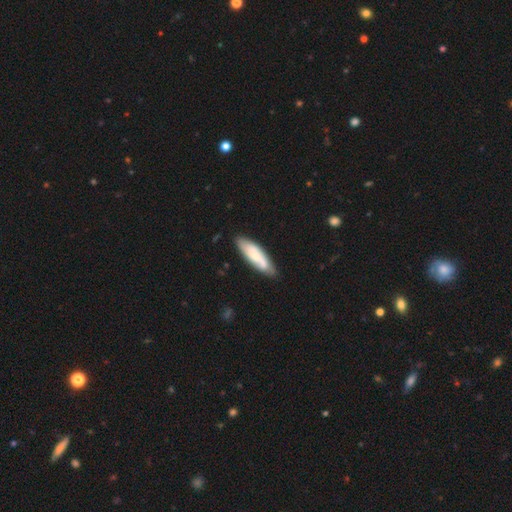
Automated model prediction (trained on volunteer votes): Smooth or featured? Predicted: smooth (p=0.62). How rounded? Predicted: cigar-shaped (p=0.52). Merging? Predicted: none (p=0.71).